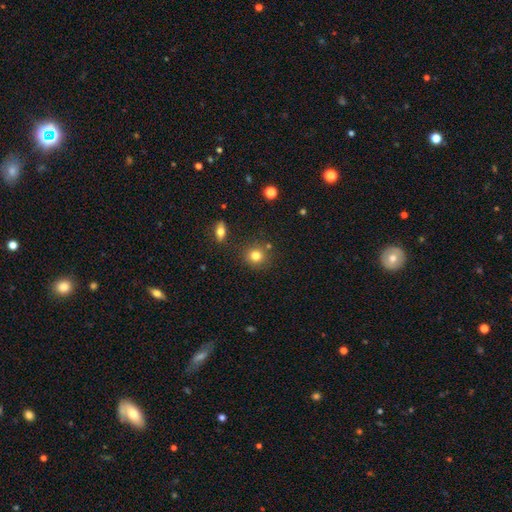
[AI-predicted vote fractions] Smooth or featured? Predicted: smooth (p=0.81). How rounded? Predicted: round (p=0.86). Merging? Predicted: none (p=0.82).